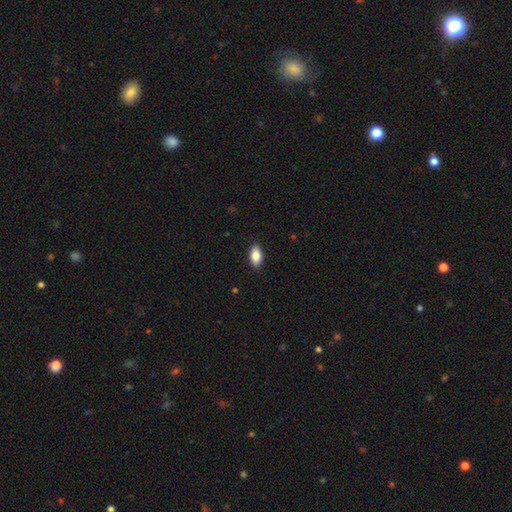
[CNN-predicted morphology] smooth-or-featured: smooth: 86% | star or artifact: 7% | featured or disk: 7%
  how-rounded: in between: 92% | cigar-shaped: 5% | round: 4%
  merging: none: 89% | minor disturbance: 8% | major disturbance: 2% | merger: 1%